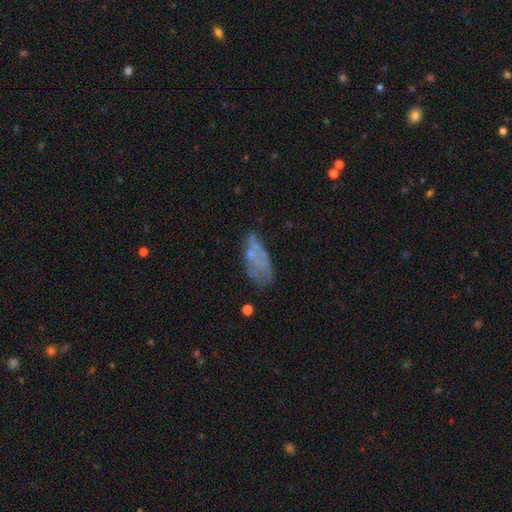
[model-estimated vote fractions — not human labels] A smooth galaxy with no disk features (51%) that is in between round and cigar-shaped (80%). Merging: none (44%).